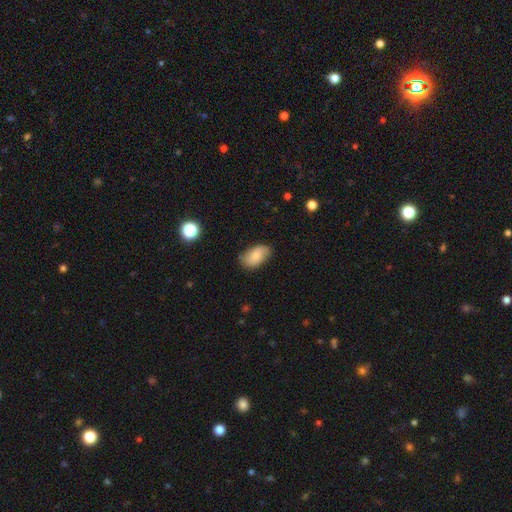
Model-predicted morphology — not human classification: smooth_or_featured: smooth (p=0.74) [alt: featured or disk p=0.18]
how_rounded: in between (p=0.92) [alt: round p=0.06]
merging: none (p=0.73) [alt: minor disturbance p=0.21]